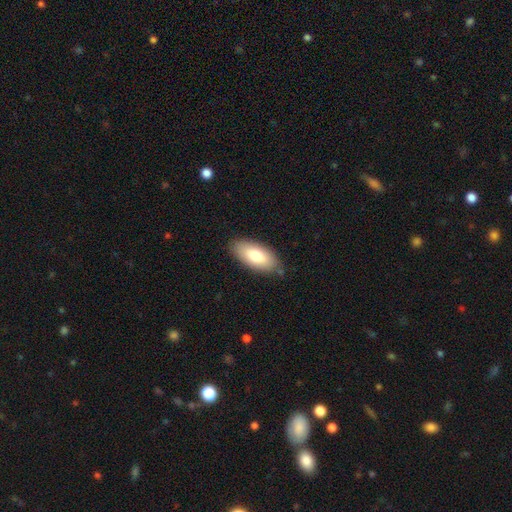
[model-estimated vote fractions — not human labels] The model was most divided on "smooth or featured": smooth: 77%, featured or disk: 17%, star or artifact: 6%. More confident: how rounded — in between (89%); merging — none (83%).